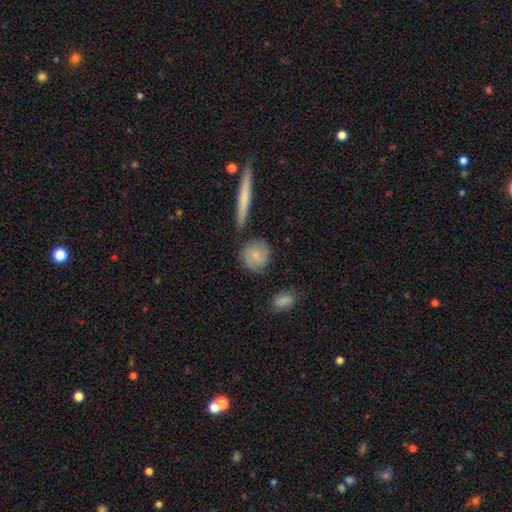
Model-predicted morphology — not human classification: Overall: smooth (64%; featured or disk 29%). How rounded: round (85%). Merging: none (74%).